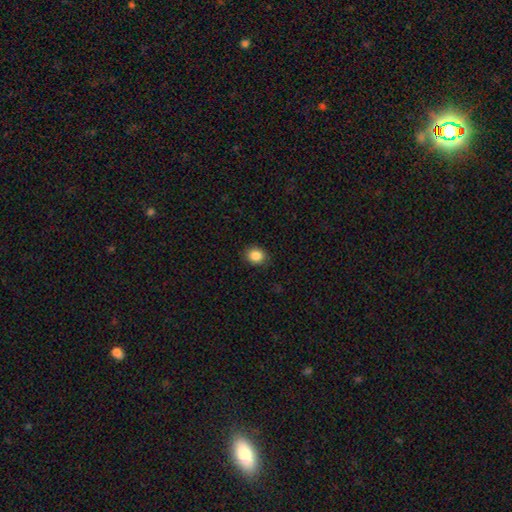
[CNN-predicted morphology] smooth 87%, star or artifact 10%, featured or disk 4%. Down the decision tree: how rounded — round (70%); merging — none (89%).